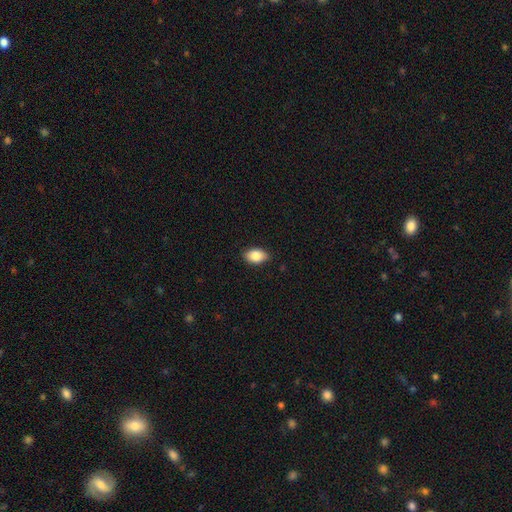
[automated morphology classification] Q: Smooth or featured?
A: smooth (86%); runner-up: star or artifact (7%)
Q: How rounded?
A: in between (90%); runner-up: round (9%)
Q: Merging?
A: none (86%); runner-up: minor disturbance (11%)